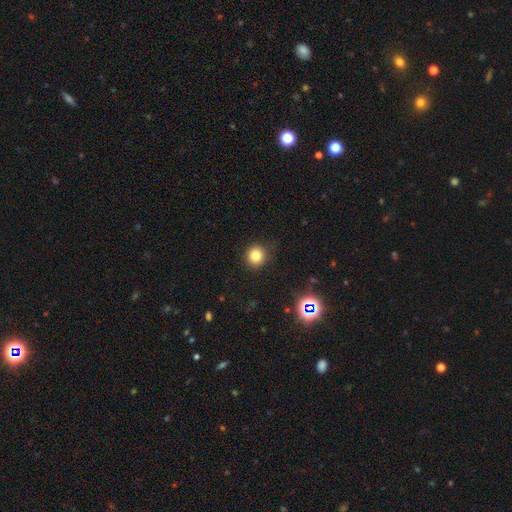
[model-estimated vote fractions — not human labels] smooth-or-featured: smooth: 80% | star or artifact: 13% | featured or disk: 6%
  how-rounded: round: 91% | in between: 8% | cigar-shaped: 1%
  merging: none: 88% | minor disturbance: 9% | major disturbance: 3% | merger: 1%